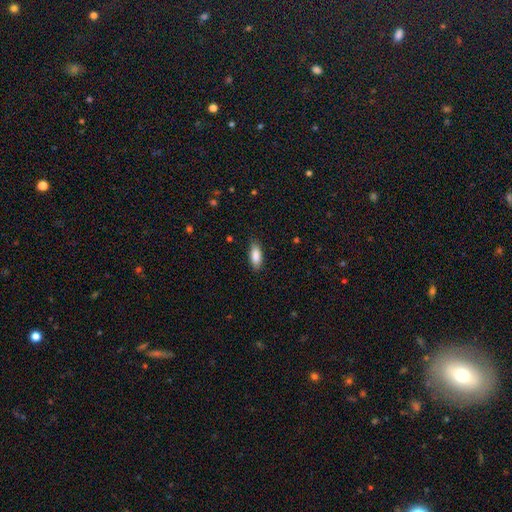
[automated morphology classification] Smooth or featured? Predicted: smooth (p=0.87). How rounded? Predicted: in between (p=0.78). Merging? Predicted: none (p=0.85).